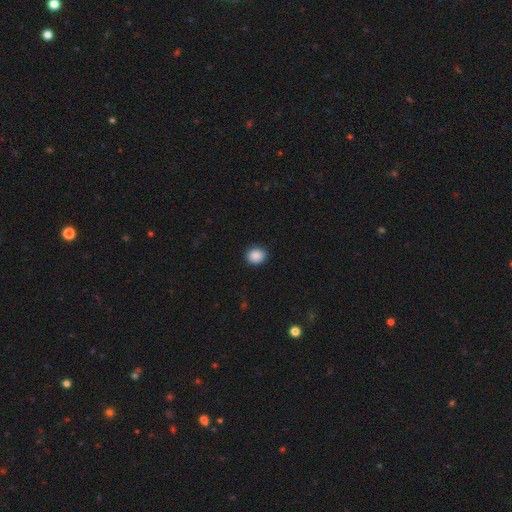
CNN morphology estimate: type=smooth (89%); roundness=round (69%); merging=none (90%).